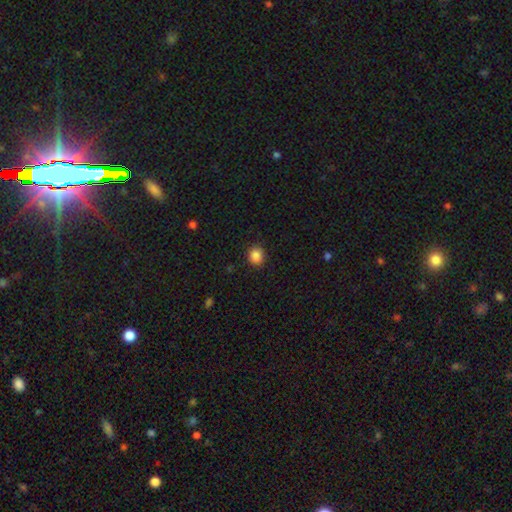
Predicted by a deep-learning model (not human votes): Smooth or featured? Predicted: smooth (p=0.87). How rounded? Predicted: round (p=0.80). Merging? Predicted: none (p=0.89).